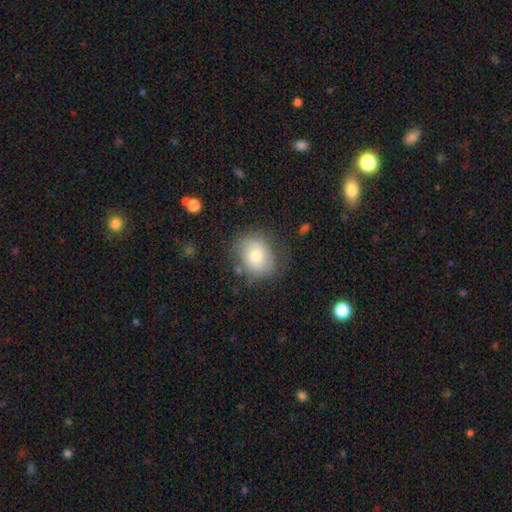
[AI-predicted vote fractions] Morphology: type=smooth (69%); roundness=round (53%); merging=none (71%).